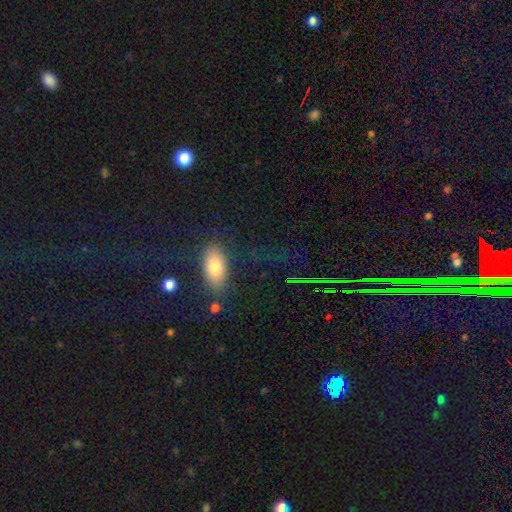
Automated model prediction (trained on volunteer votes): A smooth galaxy with no disk features (56%) that is in between round and cigar-shaped (80%).

Vote fractions:
- Smooth or featured? smooth: 56% / star or artifact: 26% / featured or disk: 18%
- How rounded? in between: 80% / cigar-shaped: 12% / round: 8%
- Merging? none: 76% / minor disturbance: 13% / major disturbance: 8% / merger: 3%